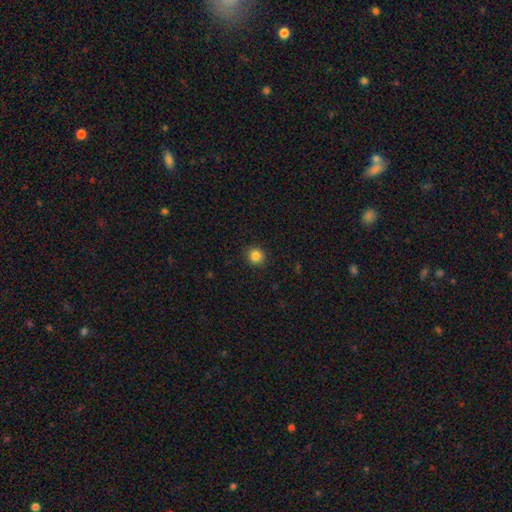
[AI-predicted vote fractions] A smooth galaxy with no disk features (84%) that is round (90%). Merging: none (92%).